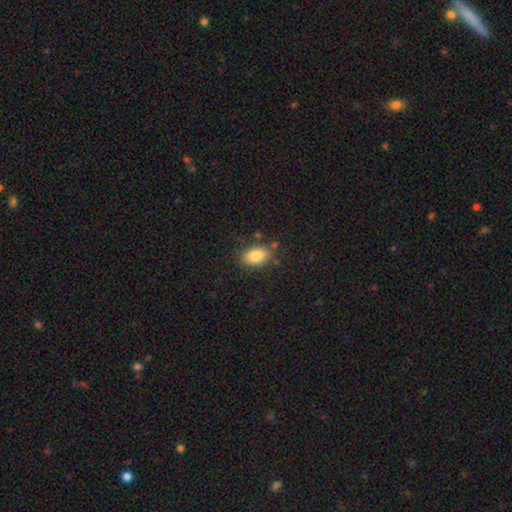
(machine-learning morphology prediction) type=smooth (84%); roundness=in between (87%); merging=none (79%).